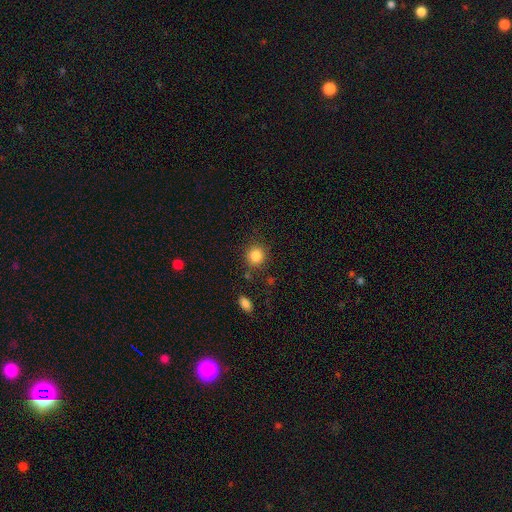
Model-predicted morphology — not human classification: Smooth or featured: smooth — 86% (star or artifact — 10%)
How rounded: round — 86% (in between — 13%)
Merging: none — 83% (minor disturbance — 10%)